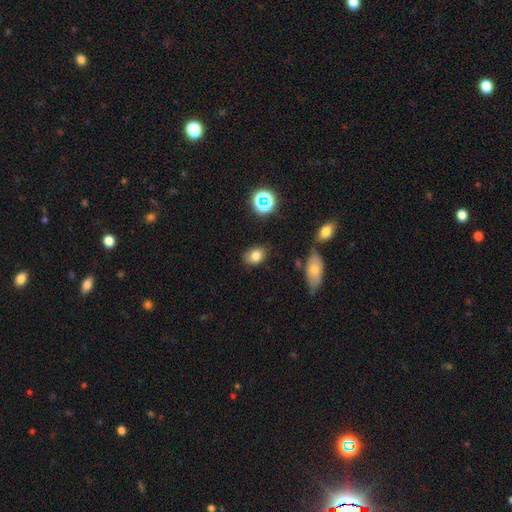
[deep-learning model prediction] This is likely a smooth galaxy (79%). How rounded: likely in between (69%). Merging: likely none (77%).